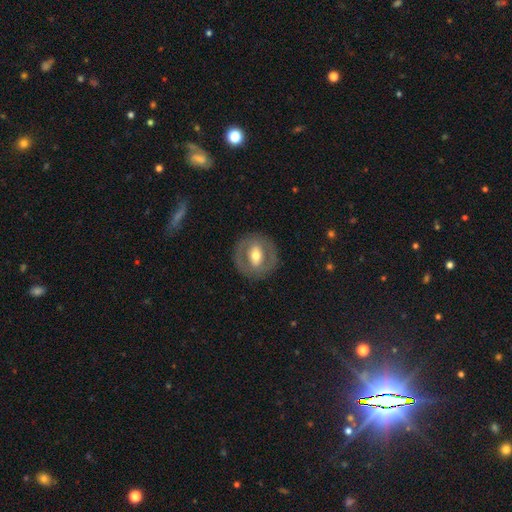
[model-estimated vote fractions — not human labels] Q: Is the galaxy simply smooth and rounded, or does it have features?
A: featured or disk — 58%.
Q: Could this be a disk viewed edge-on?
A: no — 92%.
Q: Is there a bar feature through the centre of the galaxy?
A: strong — 35%.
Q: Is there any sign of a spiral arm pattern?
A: no — 75%.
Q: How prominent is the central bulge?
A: moderate — 69%.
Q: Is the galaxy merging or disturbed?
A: none — 84%.